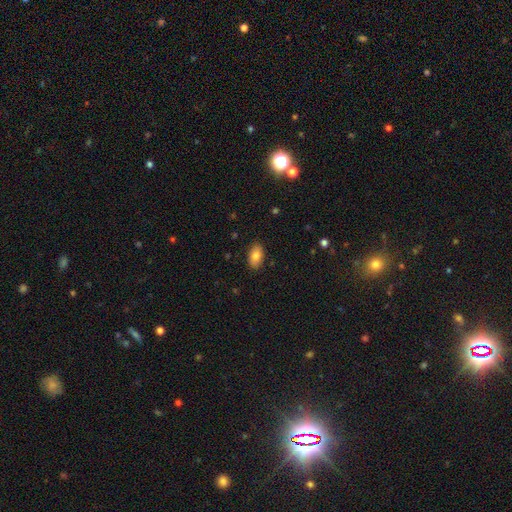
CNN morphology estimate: Smooth or featured? smooth (82%)
How rounded? in between (93%)
Merging? none (87%)